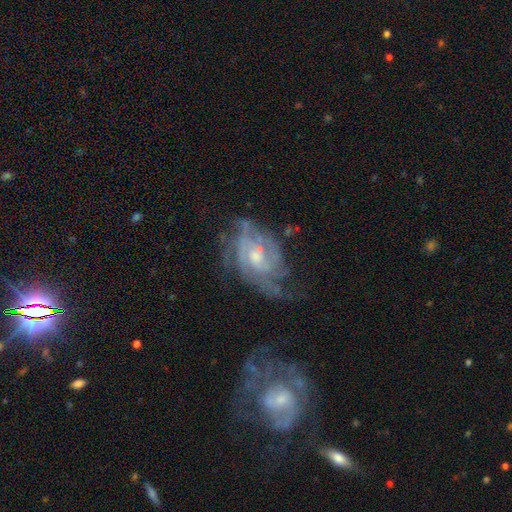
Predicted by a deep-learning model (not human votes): Smooth or featured?
  - featured or disk: 81% *
  - smooth: 12%
  - star or artifact: 7%
Edge-on disk?
  - no: 96% *
  - yes: 4%
Bar?
  - no: 60% *
  - weak: 35%
  - strong: 5%
Spiral arms?
  - yes: 86% *
  - no: 14%
Spiral winding?
  - tight: 52% *
  - medium: 36%
  - loose: 12%
Spiral arm count?
  - can't tell: 46% *
  - 2: 22%
  - 3: 15%
  - 4: 8%
  - 1: 5%
  - more than 4: 4%
Bulge size?
  - moderate: 52% *
  - small: 38%
  - none: 5%
  - large: 4%
  - dominant: 1%
Merging?
  - none: 48% *
  - minor disturbance: 25%
  - major disturbance: 23%
  - merger: 4%